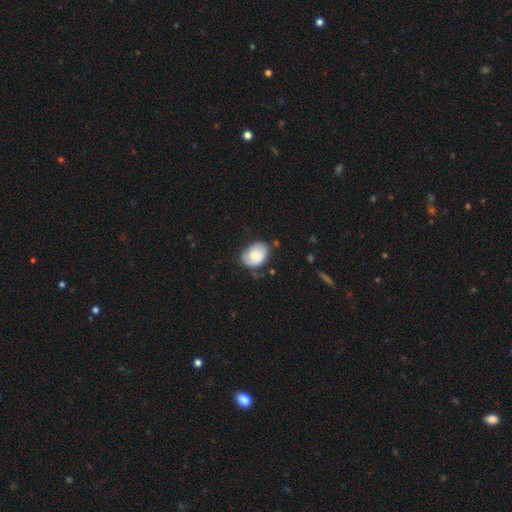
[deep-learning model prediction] smooth-or-featured: smooth: 70% | featured or disk: 23% | star or artifact: 7%
  how-rounded: in between: 75% | round: 24% | cigar-shaped: 1%
  merging: none: 64% | minor disturbance: 27% | major disturbance: 7% | merger: 2%